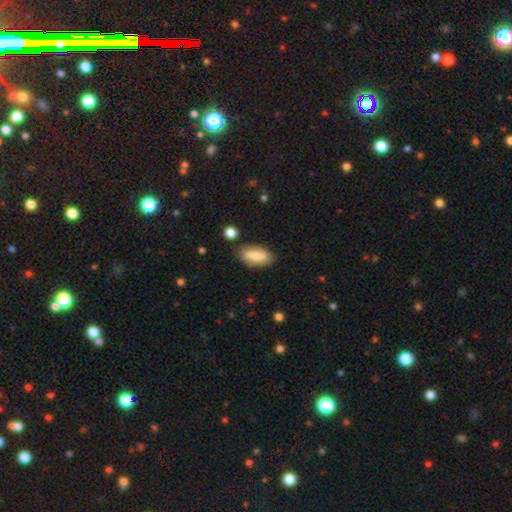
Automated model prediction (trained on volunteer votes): Smooth or featured: smooth — 74% (featured or disk — 19%)
How rounded: in between — 72% (cigar-shaped — 26%)
Merging: none — 79% (minor disturbance — 15%)